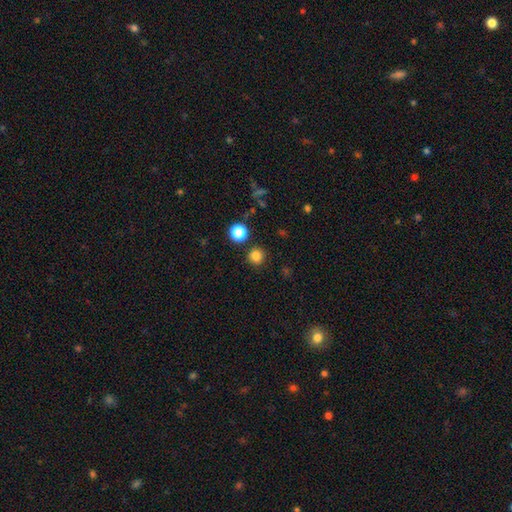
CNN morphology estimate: This appears to be a smooth galaxy with no disk features (81%) that is round (93%). Merging: none (88%).